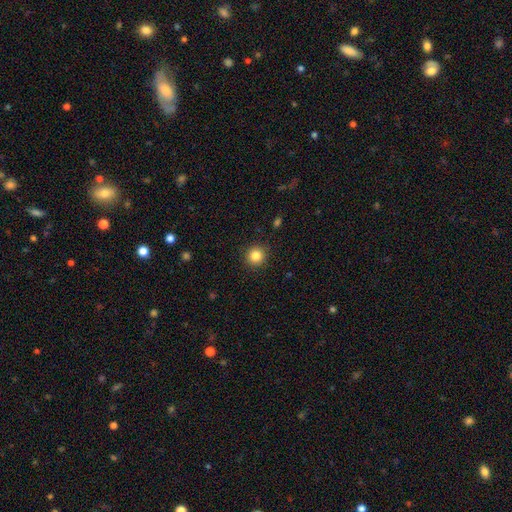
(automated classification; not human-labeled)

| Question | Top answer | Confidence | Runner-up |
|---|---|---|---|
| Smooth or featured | smooth | 85% | star or artifact (11%) |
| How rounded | round | 94% | in between (5%) |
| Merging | none | 91% | minor disturbance (6%) |